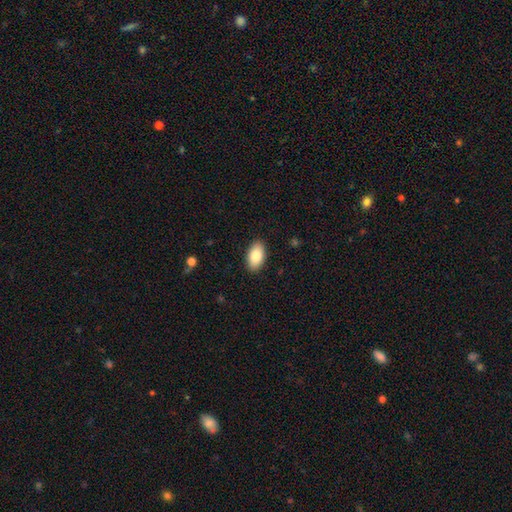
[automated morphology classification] smooth-or-featured: smooth: 84% | featured or disk: 9% | star or artifact: 7%
  how-rounded: in between: 94% | round: 4% | cigar-shaped: 2%
  merging: none: 89% | minor disturbance: 8% | major disturbance: 2% | merger: 1%